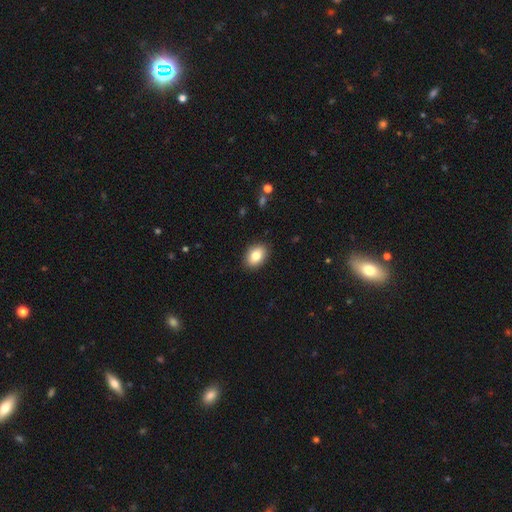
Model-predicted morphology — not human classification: smooth_or_featured: smooth (p=0.83) [alt: featured or disk p=0.09]
how_rounded: in between (p=0.80) [alt: round p=0.18]
merging: none (p=0.90) [alt: minor disturbance p=0.08]